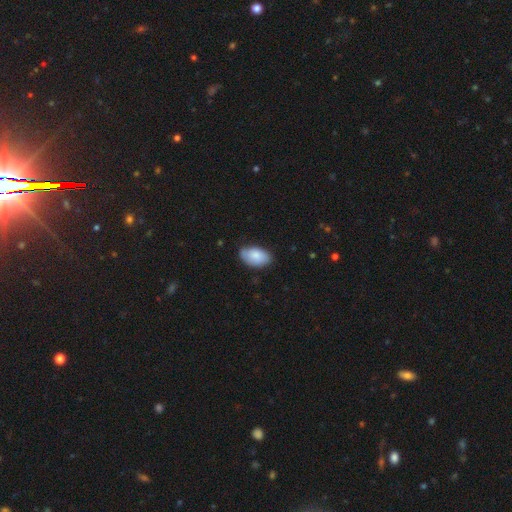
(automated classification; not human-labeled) A smooth galaxy with no disk features (83%) that is in between round and cigar-shaped (93%).

Vote fractions:
- Smooth or featured? smooth: 83% / featured or disk: 11% / star or artifact: 6%
- How rounded? in between: 93% / round: 5% / cigar-shaped: 1%
- Merging? none: 73% / minor disturbance: 22% / major disturbance: 3% / merger: 1%